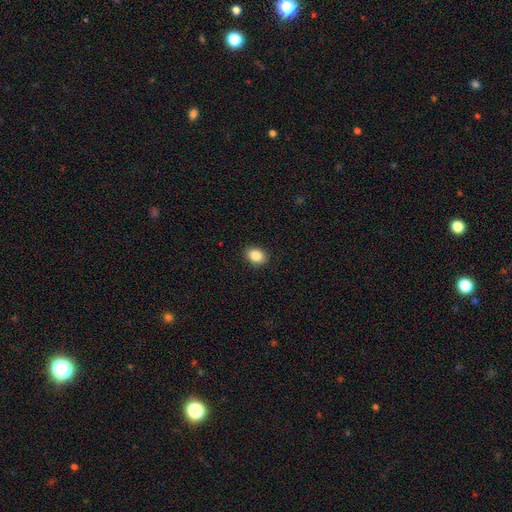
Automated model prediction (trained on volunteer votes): Morphology: type=smooth (87%); roundness=in between (62%); merging=none (90%).